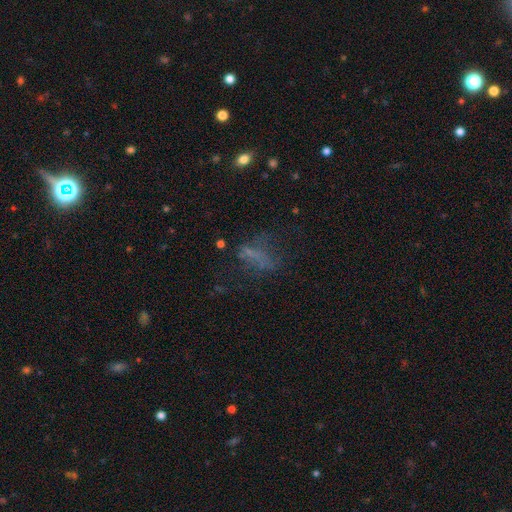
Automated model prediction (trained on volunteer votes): Smooth or featured: smooth — 39% (featured or disk — 33%)
Merging: none — 42% (major disturbance — 34%)